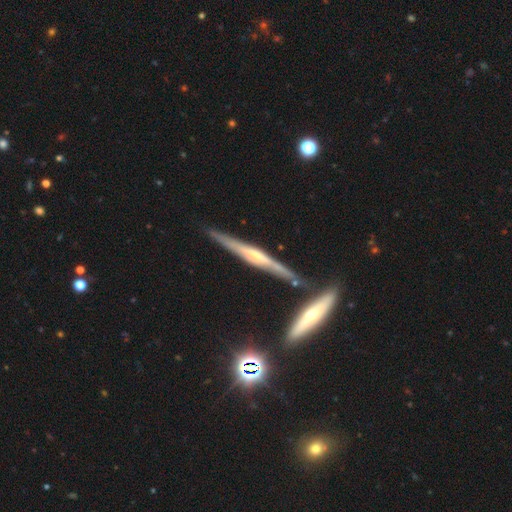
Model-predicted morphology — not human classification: Smooth or featured?
  - featured or disk: 71% *
  - smooth: 22%
  - star or artifact: 7%
Edge-on disk?
  - yes: 96% *
  - no: 4%
Edge-on bulge?
  - rounded: 49% *
  - none: 26%
  - boxy: 25%
Merging?
  - none: 79% *
  - minor disturbance: 11%
  - merger: 7%
  - major disturbance: 3%